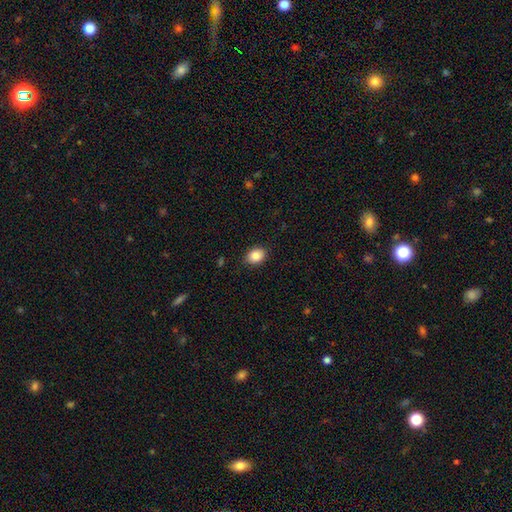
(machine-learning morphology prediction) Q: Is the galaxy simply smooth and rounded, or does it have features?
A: smooth — 86%.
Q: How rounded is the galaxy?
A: in between — 65%.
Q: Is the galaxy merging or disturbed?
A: none — 85%.